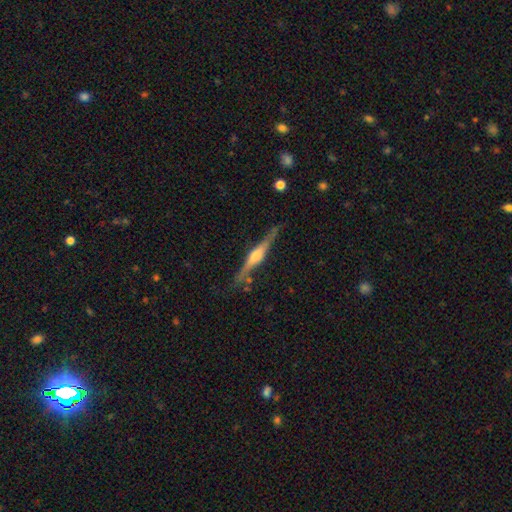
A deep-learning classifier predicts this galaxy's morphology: A featured or disk galaxy (75%) viewed edge-on (97%) with a rounded central bulge (73%). Merging: none (81%).